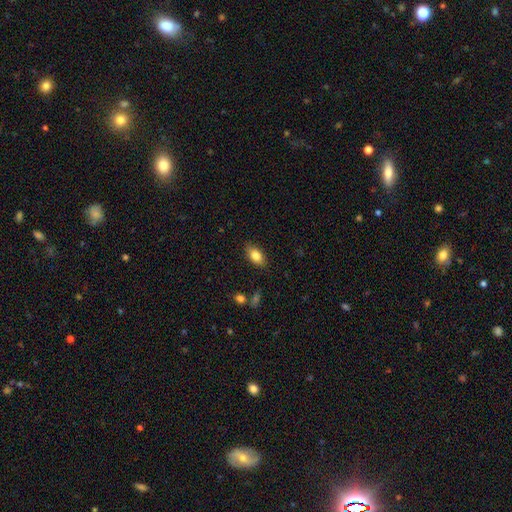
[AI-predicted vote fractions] Q: Smooth or featured?
A: smooth (82%); runner-up: featured or disk (10%)
Q: How rounded?
A: in between (88%); runner-up: round (7%)
Q: Merging?
A: none (84%); runner-up: minor disturbance (12%)